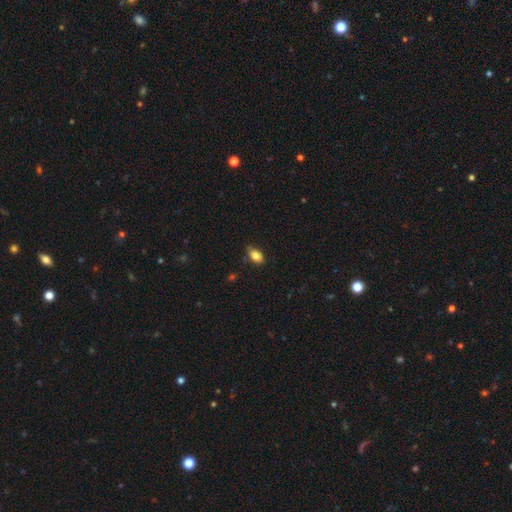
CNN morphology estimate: This is clearly a smooth galaxy (84%). How rounded: clearly in between (90%). Merging: likely none (78%).